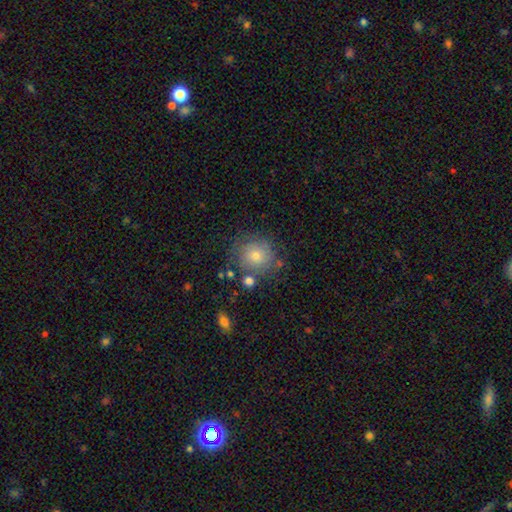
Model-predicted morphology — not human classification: The model was most divided on "smooth or featured": smooth: 66%, featured or disk: 21%, star or artifact: 13%. More confident: how rounded — round (90%); merging — none (73%).